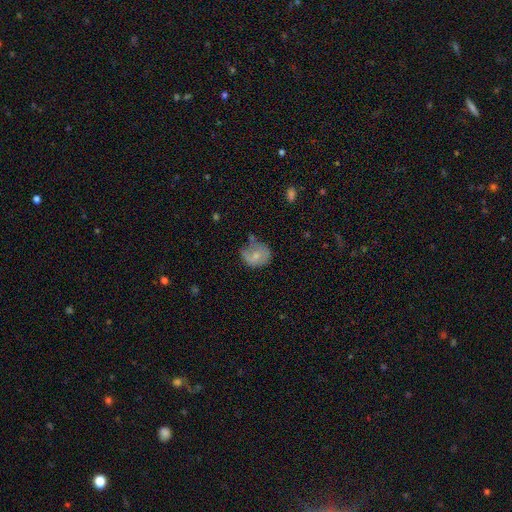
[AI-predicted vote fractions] A smooth galaxy with no disk features (62%) that is round (69%). Merging: none (51%).